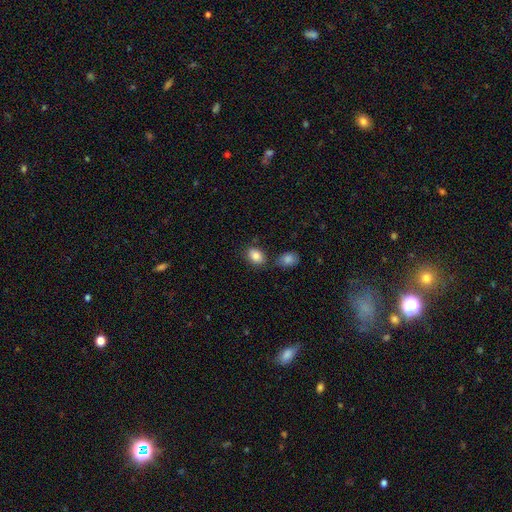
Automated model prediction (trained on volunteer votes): Morphology: type=smooth (86%); roundness=in between (79%); merging=none (69%).